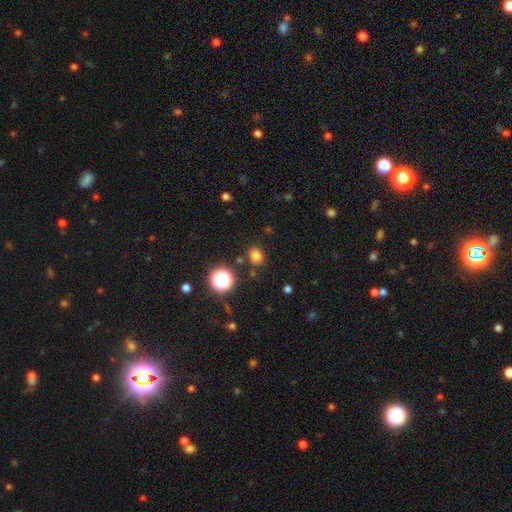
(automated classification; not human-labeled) Overall: smooth (78%). How rounded: round (64%; in between 35%). Merging: none (84%).